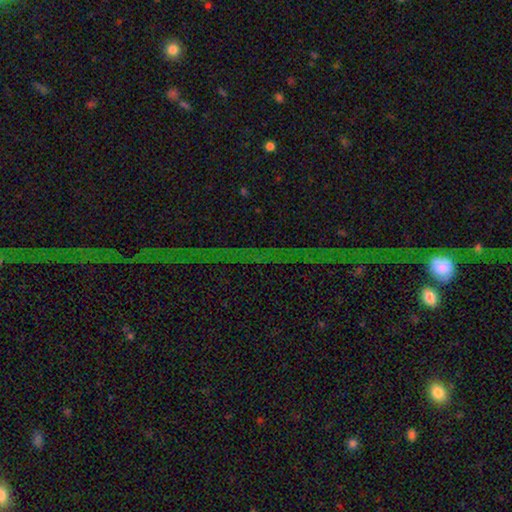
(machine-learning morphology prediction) Smooth or featured? Predicted: star or artifact (p=0.76).